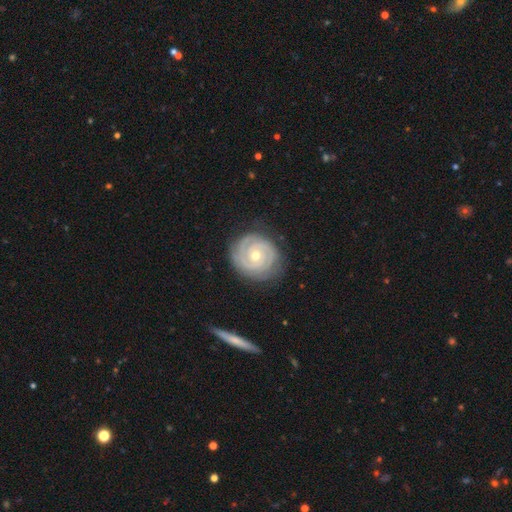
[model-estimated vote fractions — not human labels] Smooth or featured? Predicted: featured or disk (p=0.86). Edge-on disk? Predicted: no (p=0.97). Bar? Predicted: no (p=0.75). Spiral arms? Predicted: yes (p=0.96). Spiral winding? Predicted: tight (p=0.84). Spiral arm count? Predicted: 2 (p=0.48). Bulge size? Predicted: moderate (p=0.52). Merging? Predicted: none (p=0.82).